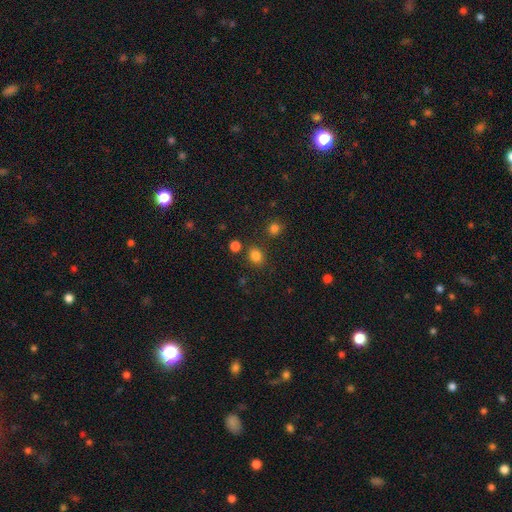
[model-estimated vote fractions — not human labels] Overall: smooth (82%). How rounded: round (58%; in between 42%). Merging: none (80%).